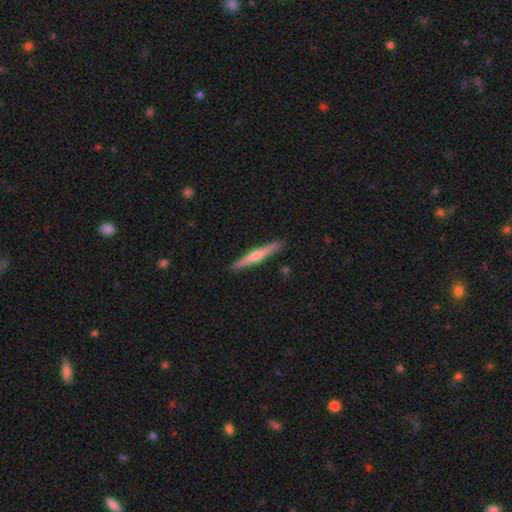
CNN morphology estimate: featured or disk 64%, smooth 31%, star or artifact 5%. Down the decision tree: edge-on disk — yes (98%); edge-on bulge — rounded (86%); merging — none (91%).